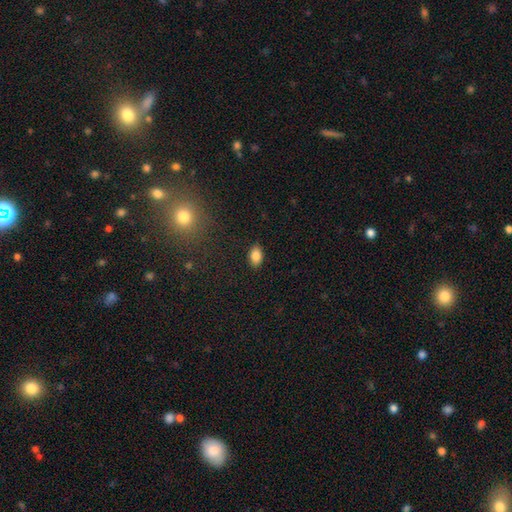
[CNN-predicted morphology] Smooth or featured?
  - smooth: 85% *
  - star or artifact: 9%
  - featured or disk: 6%
How rounded?
  - in between: 89% *
  - round: 10%
  - cigar-shaped: 2%
Merging?
  - none: 88% *
  - minor disturbance: 9%
  - major disturbance: 2%
  - merger: 1%